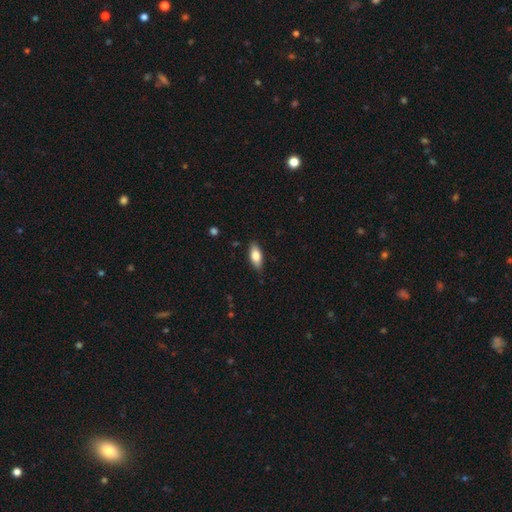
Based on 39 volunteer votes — Smooth or featured?
  - smooth: 74% *
  - featured or disk: 21%
  - star or artifact: 5%
How rounded?
  - in between: 79% *
  - cigar-shaped: 21%
  - round: 0%
Merging?
  - none: 92% *
  - minor disturbance: 5%
  - major disturbance: 3%
  - merger: 0%